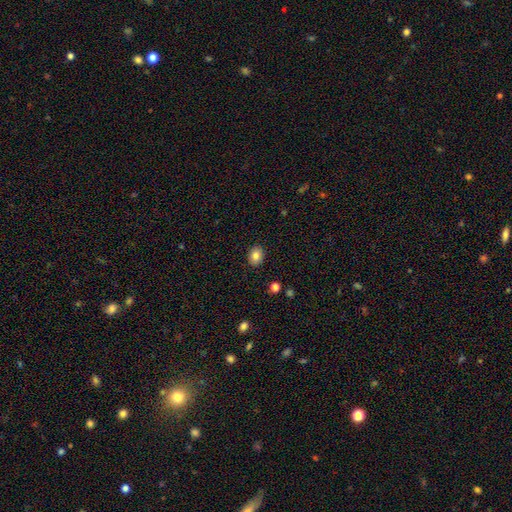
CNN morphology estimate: Smooth or featured? Predicted: smooth (p=0.82). How rounded? Predicted: in between (p=0.55). Merging? Predicted: none (p=0.90).